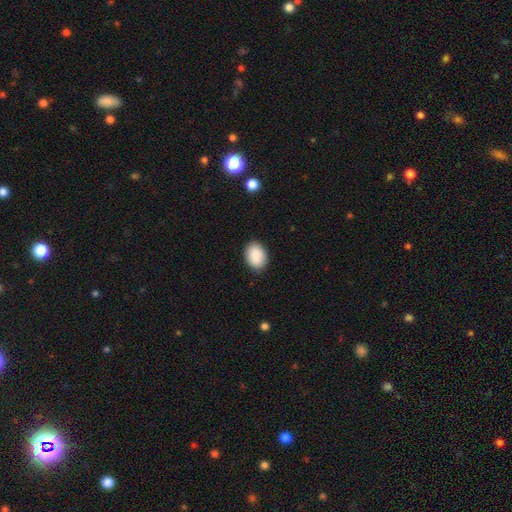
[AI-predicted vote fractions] smooth 90%, star or artifact 7%, featured or disk 4%. Down the decision tree: how rounded — in between (78%); merging — none (87%).